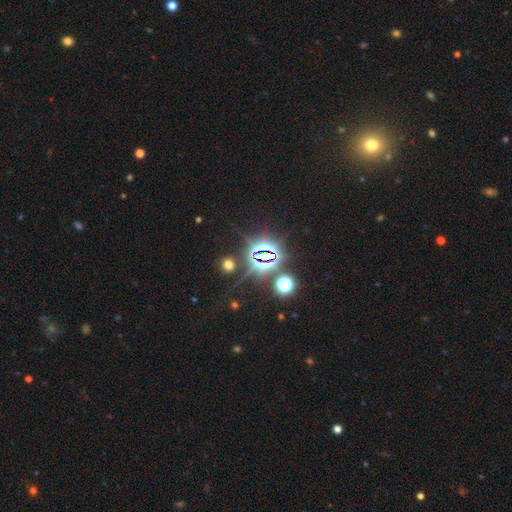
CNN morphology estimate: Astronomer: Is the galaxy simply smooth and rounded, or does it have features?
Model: star or artifact — 79%.